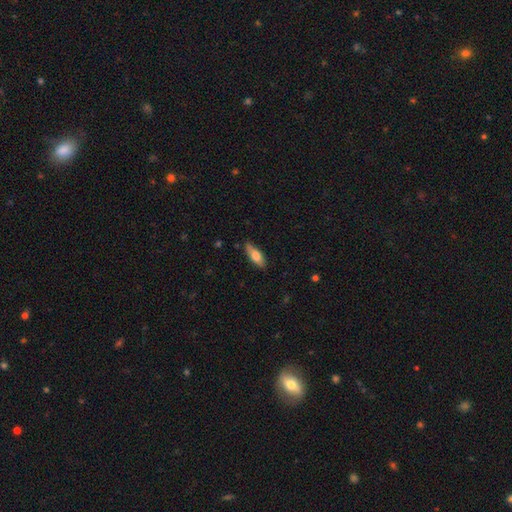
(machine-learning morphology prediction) Smooth or featured? smooth (73%)
How rounded? in between (64%)
Merging? none (79%)